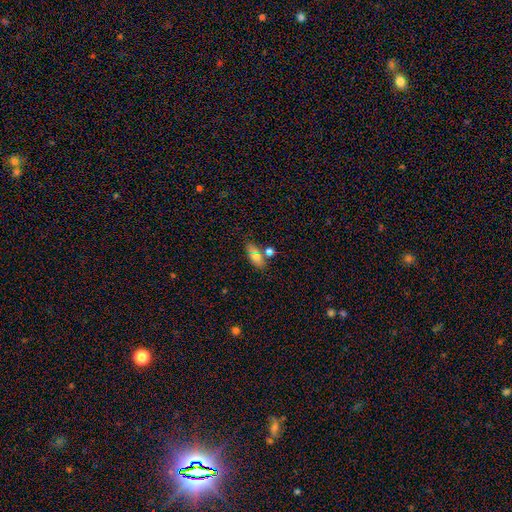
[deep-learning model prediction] smooth-or-featured: smooth: 71% | featured or disk: 19% | star or artifact: 9%
  how-rounded: in between: 81% | cigar-shaped: 14% | round: 5%
  merging: none: 64% | merger: 17% | minor disturbance: 14% | major disturbance: 4%